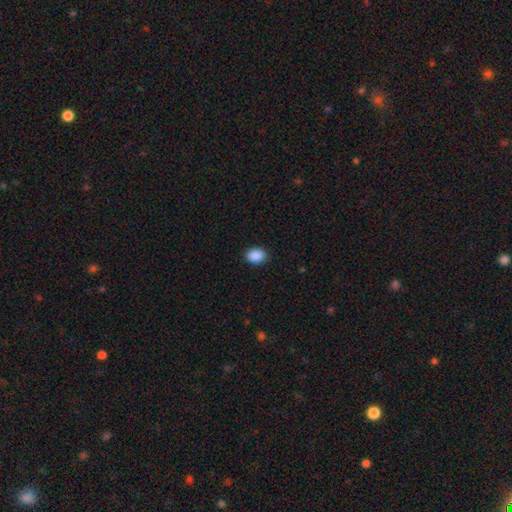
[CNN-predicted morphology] smooth-or-featured: smooth: 90% | star or artifact: 8% | featured or disk: 2%
  how-rounded: in between: 72% | round: 27% | cigar-shaped: 1%
  merging: none: 89% | minor disturbance: 8% | major disturbance: 2% | merger: 1%